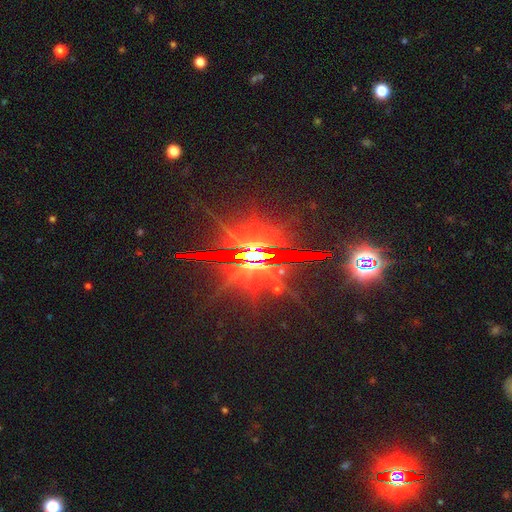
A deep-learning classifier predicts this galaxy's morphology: The model was most divided on "smooth or featured": star or artifact: 79%, featured or disk: 13%, smooth: 8%.